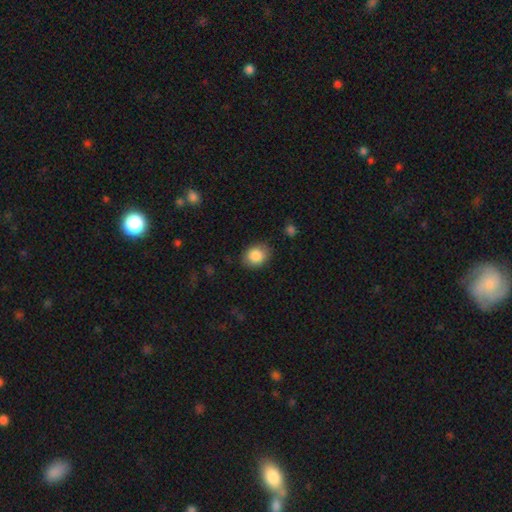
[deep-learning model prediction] Overall: smooth (86%). How rounded: round (51%; in between 48%). Merging: none (84%).